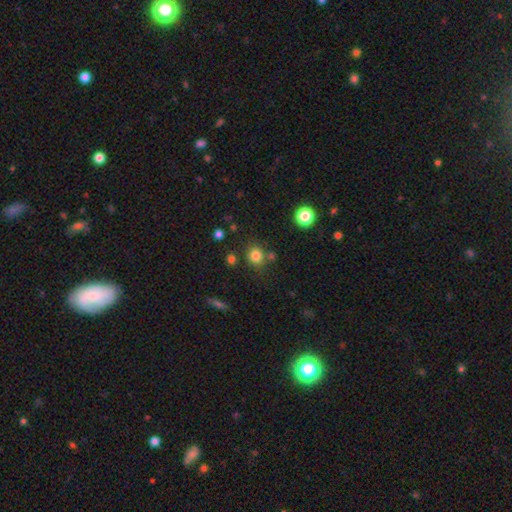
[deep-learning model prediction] A smooth galaxy with no disk features (80%) that is round (75%).

Vote fractions:
- Smooth or featured? smooth: 80% / star or artifact: 13% / featured or disk: 6%
- How rounded? round: 75% / in between: 24% / cigar-shaped: 1%
- Merging? none: 73% / minor disturbance: 12% / merger: 11% / major disturbance: 4%